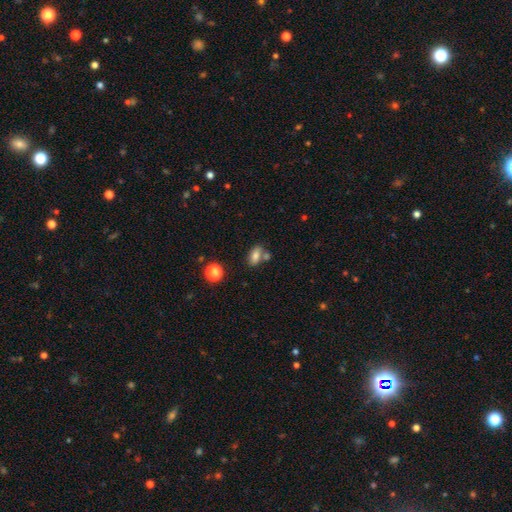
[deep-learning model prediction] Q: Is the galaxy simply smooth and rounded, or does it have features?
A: smooth — 76%.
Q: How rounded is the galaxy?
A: in between — 85%.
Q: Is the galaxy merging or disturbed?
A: none — 57%.